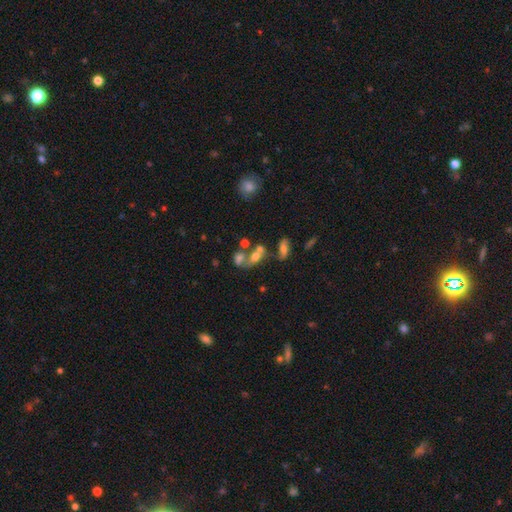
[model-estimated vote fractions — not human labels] Smooth or featured? Predicted: smooth (p=0.54). How rounded? Predicted: in between (p=0.65). Merging? Predicted: merger (p=0.52).